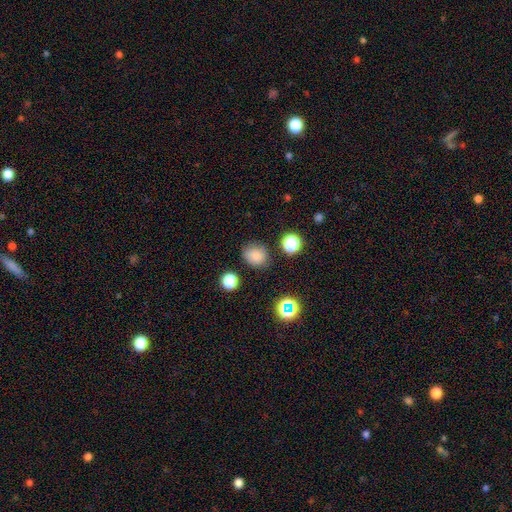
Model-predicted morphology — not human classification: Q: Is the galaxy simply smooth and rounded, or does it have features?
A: smooth — 79%.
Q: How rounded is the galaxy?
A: round — 62%.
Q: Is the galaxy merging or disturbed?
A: none — 79%.